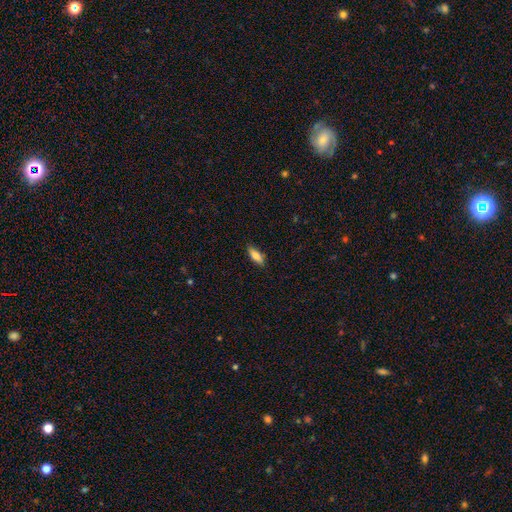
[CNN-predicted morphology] A smooth galaxy with no disk features (77%) that is in between round and cigar-shaped (65%). Merging: none (86%).